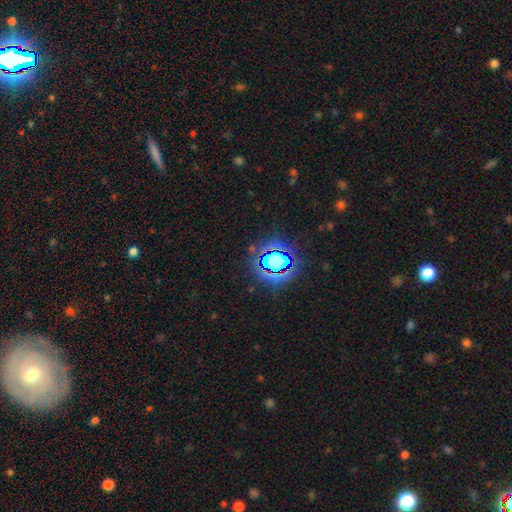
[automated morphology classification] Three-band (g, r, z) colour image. It shows a star or artifact, not a galaxy (74%).